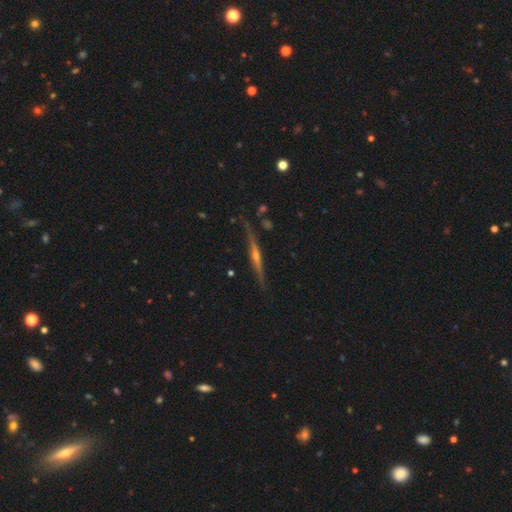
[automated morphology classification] smooth_or_featured: featured or disk (p=0.80) [alt: smooth p=0.13]
disk_edge_on: yes (p=0.97) [alt: no p=0.03]
edge_on_bulge: rounded (p=0.83) [alt: none p=0.12]
merging: none (p=0.84) [alt: minor disturbance p=0.12]